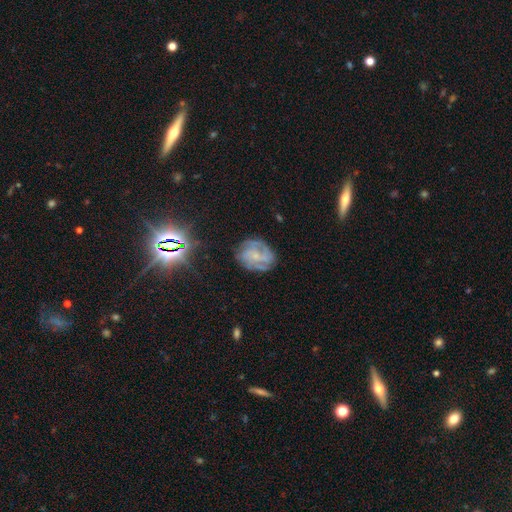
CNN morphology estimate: type=featured or disk (70%); edge-on=no (97%); bar=no (64%); spiral arms=yes (86%); winding=tight (49%); arm count=can't tell (34%); bulge=small (63%); merging=none (71%).